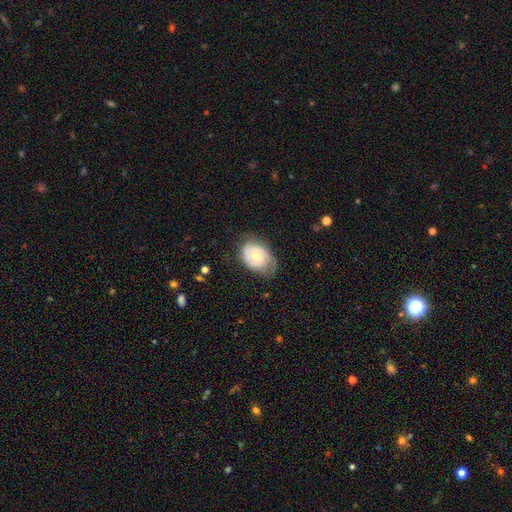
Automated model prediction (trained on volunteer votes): This appears to be a featured or disk galaxy (62%) with no bar (71%), spiral arms (82%) and a moderate central bulge (49%). Merging: none (62%).